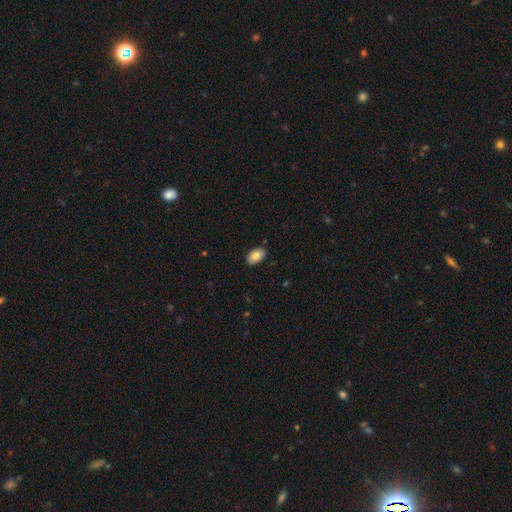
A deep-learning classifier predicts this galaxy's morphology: smooth 82%, featured or disk 11%, star or artifact 7%. Down the decision tree: how rounded — in between (93%); merging — none (88%).